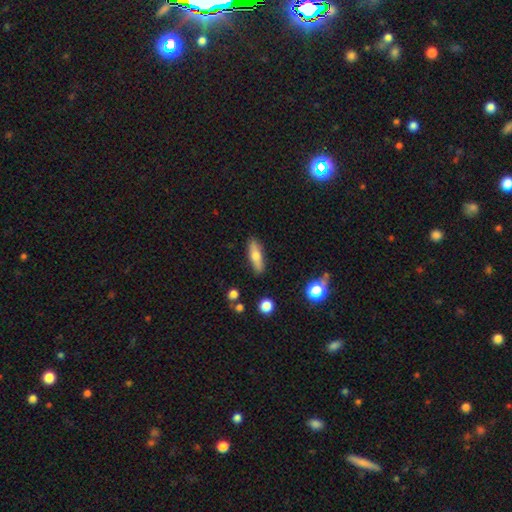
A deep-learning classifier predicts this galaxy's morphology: This is likely a smooth galaxy (64%). How rounded: possibly cigar-shaped (55%). Merging: clearly none (85%).